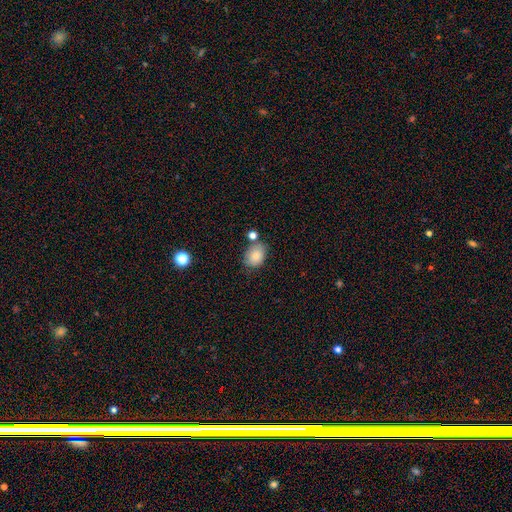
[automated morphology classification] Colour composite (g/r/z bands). It shows a smooth galaxy with no disk features (82%) that is in between round and cigar-shaped (70%). Merging: none (65%).